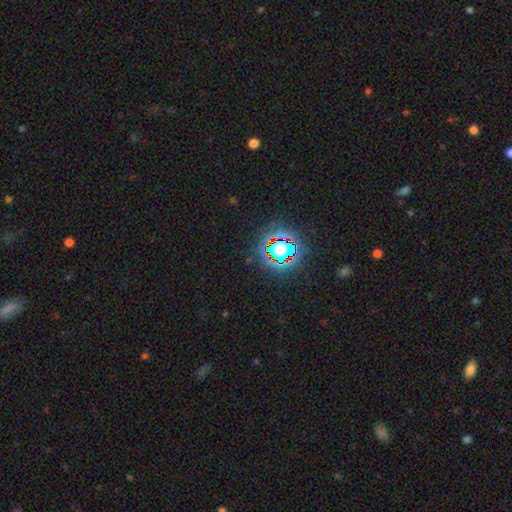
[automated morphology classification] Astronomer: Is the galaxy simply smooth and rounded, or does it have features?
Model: star or artifact — 81%.